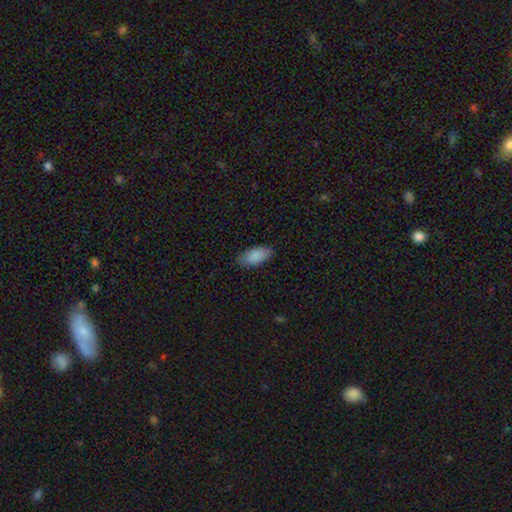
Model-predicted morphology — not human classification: This is clearly a smooth galaxy (89%). How rounded: clearly in between (92%). Merging: clearly none (83%).